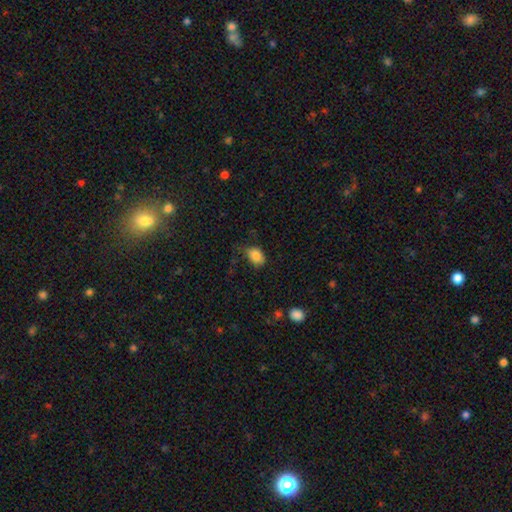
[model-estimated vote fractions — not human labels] Smooth or featured: smooth — 85% (star or artifact — 9%)
How rounded: in between — 71% (round — 27%)
Merging: none — 55% (minor disturbance — 33%)